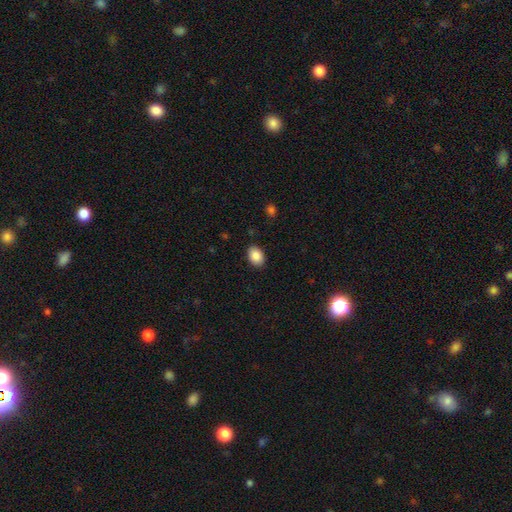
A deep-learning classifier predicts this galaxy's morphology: The model was most divided on "how rounded": in between: 80%, round: 19%, cigar-shaped: 1%. More confident: smooth or featured — smooth (88%); merging — none (88%).